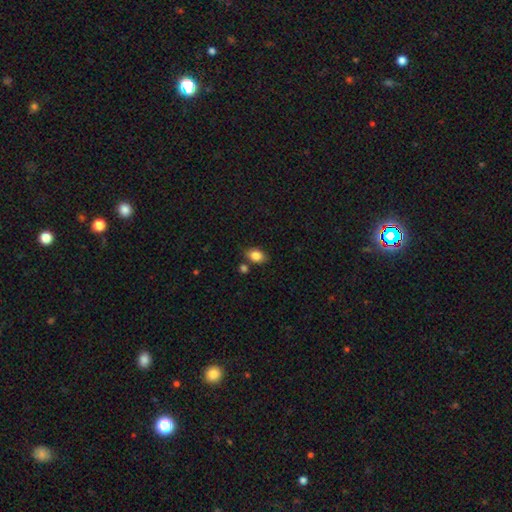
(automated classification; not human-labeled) This is clearly a smooth galaxy (86%). How rounded: clearly in between (82%). Merging: likely none (75%).